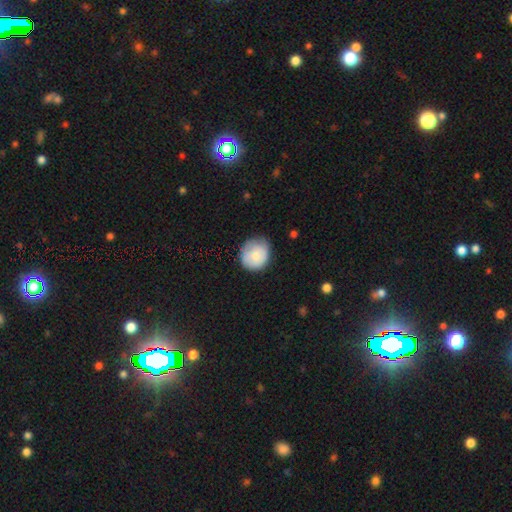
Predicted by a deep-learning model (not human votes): A smooth galaxy with no disk features (72%) that is round (80%).

Vote fractions:
- Smooth or featured? smooth: 72% / featured or disk: 21% / star or artifact: 7%
- How rounded? round: 80% / in between: 19% / cigar-shaped: 1%
- Merging? none: 65% / minor disturbance: 27% / major disturbance: 6% / merger: 1%